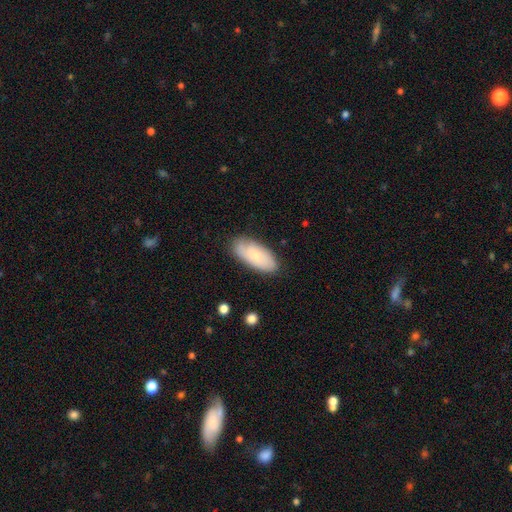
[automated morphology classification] Q: Smooth or featured?
A: smooth (64%); runner-up: featured or disk (29%)
Q: How rounded?
A: in between (89%); runner-up: cigar-shaped (8%)
Q: Merging?
A: none (78%); runner-up: minor disturbance (17%)